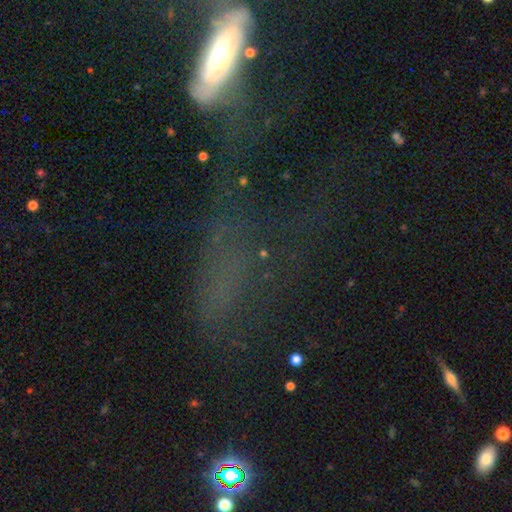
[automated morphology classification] A smooth galaxy with no disk features (37%, tied with featured or disk). Merging: major disturbance (44%).